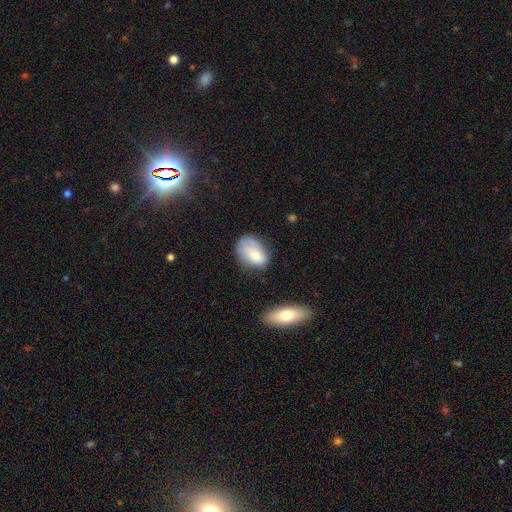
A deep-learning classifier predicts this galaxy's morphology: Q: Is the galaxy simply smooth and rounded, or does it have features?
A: smooth — 70%.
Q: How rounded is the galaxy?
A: in between — 83%.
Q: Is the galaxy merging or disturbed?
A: none — 46%.